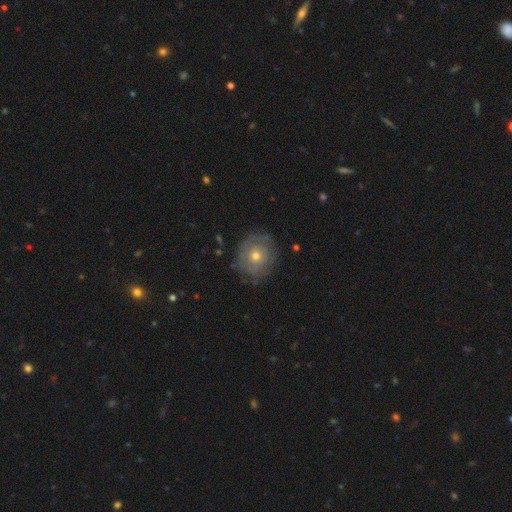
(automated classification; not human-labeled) Q: Smooth or featured?
A: featured or disk (49%); runner-up: smooth (42%)
Q: Merging?
A: none (77%); runner-up: minor disturbance (16%)